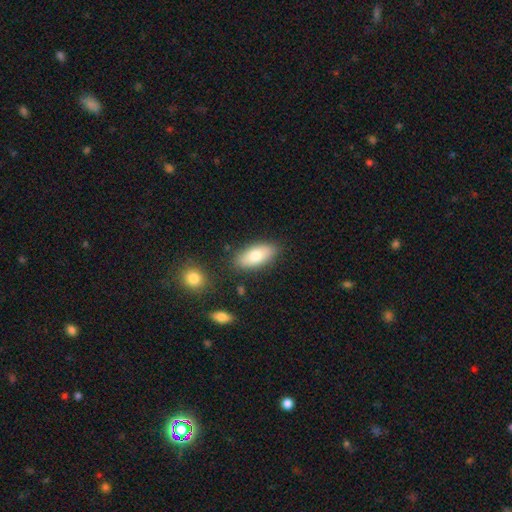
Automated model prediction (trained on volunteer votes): smooth-or-featured: smooth: 76% | featured or disk: 17% | star or artifact: 7%
  how-rounded: in between: 88% | cigar-shaped: 9% | round: 3%
  merging: none: 82% | minor disturbance: 11% | merger: 4% | major disturbance: 3%